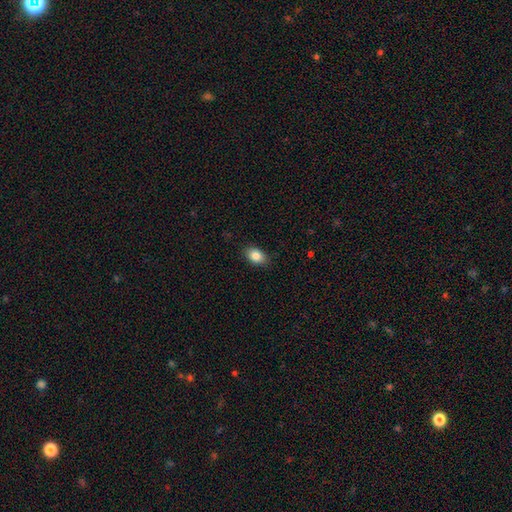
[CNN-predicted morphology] A smooth galaxy with no disk features (85%) that is in between round and cigar-shaped (82%). Merging: none (86%).